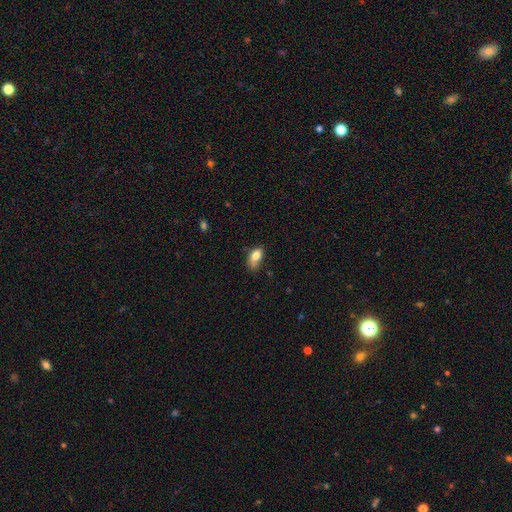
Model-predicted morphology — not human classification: Smooth or featured: smooth — 82% (featured or disk — 10%)
How rounded: in between — 88% (round — 9%)
Merging: none — 46% (minor disturbance — 37%)